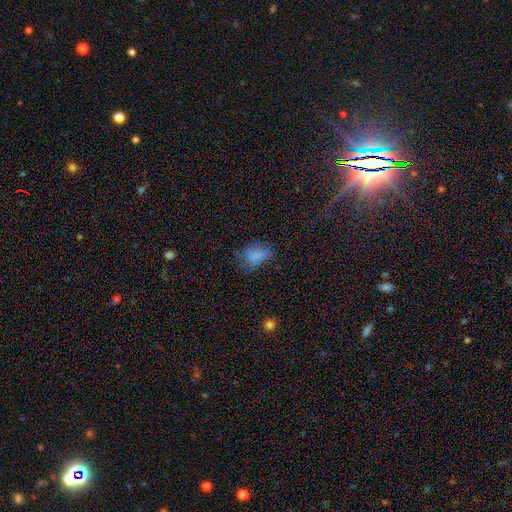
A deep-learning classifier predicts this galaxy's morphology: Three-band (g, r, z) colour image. It shows a smooth galaxy with no disk features (74%) that is in between round and cigar-shaped (79%). Merging: none (51%).